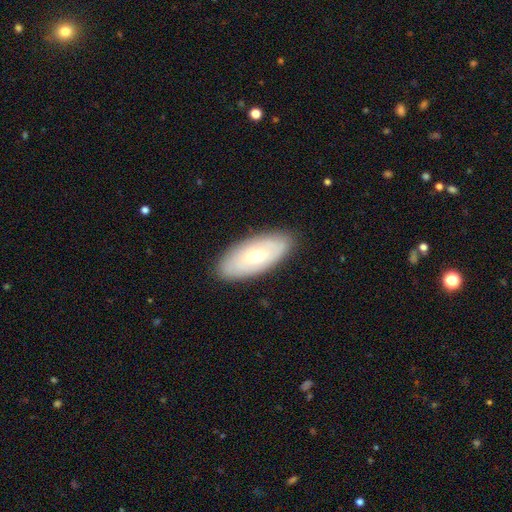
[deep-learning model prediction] smooth-or-featured: smooth: 49% | featured or disk: 45% | star or artifact: 6%
  merging: none: 87% | minor disturbance: 9% | major disturbance: 2% | merger: 1%